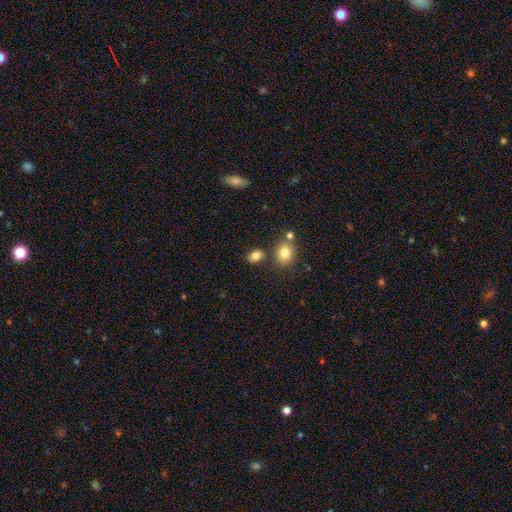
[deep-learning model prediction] Smooth or featured? smooth (83%)
How rounded? in between (66%)
Merging? none (74%)